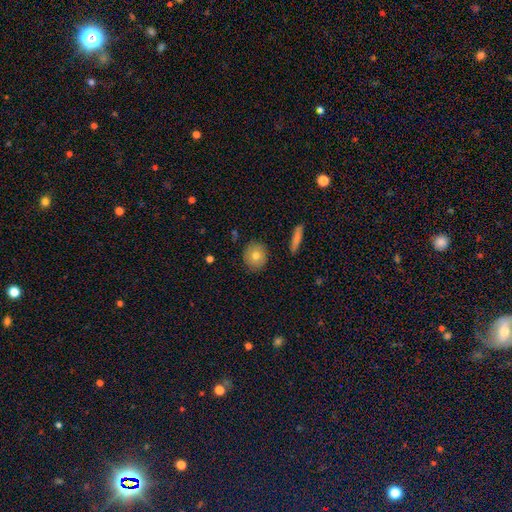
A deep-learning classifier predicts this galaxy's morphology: Q: Smooth or featured?
A: smooth (75%); runner-up: featured or disk (17%)
Q: How rounded?
A: round (87%); runner-up: in between (11%)
Q: Merging?
A: none (87%); runner-up: minor disturbance (9%)